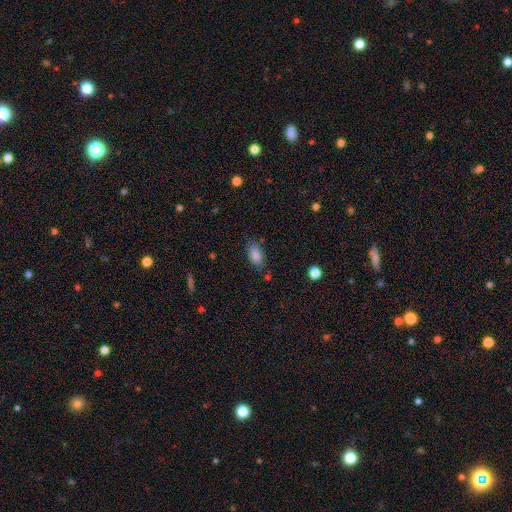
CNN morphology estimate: Overall: smooth (86%). How rounded: in between (91%). Merging: none (78%).